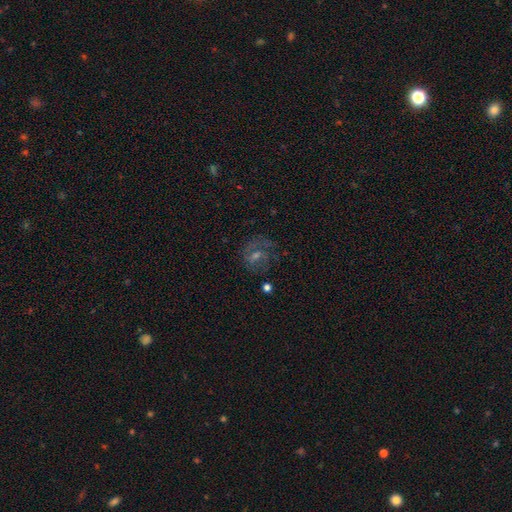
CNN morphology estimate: smooth-or-featured: featured or disk: 57% | smooth: 23% | star or artifact: 20%
  disk-edge-on: no: 97% | yes: 3%
    bar: weak: 46% | no: 43% | strong: 11%
    has-spiral-arms: yes: 77% | no: 23%
    bulge-size: small: 45% | moderate: 43% | none: 8% | large: 3% | dominant: 1%
  merging: none: 64% | minor disturbance: 17% | major disturbance: 16% | merger: 3%